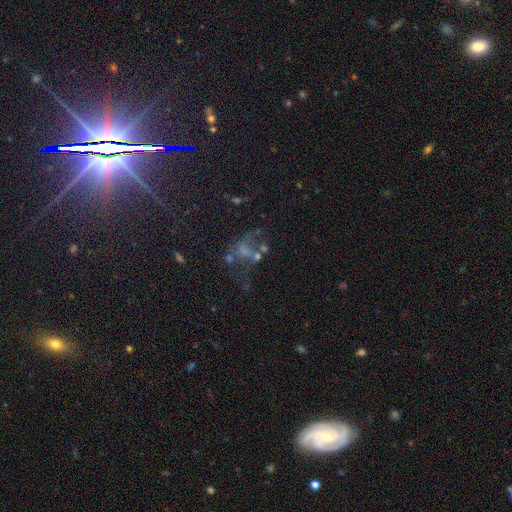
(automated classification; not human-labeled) Overall: featured or disk (45%; star or artifact 32%). Merging: none (34%; major disturbance 33%).